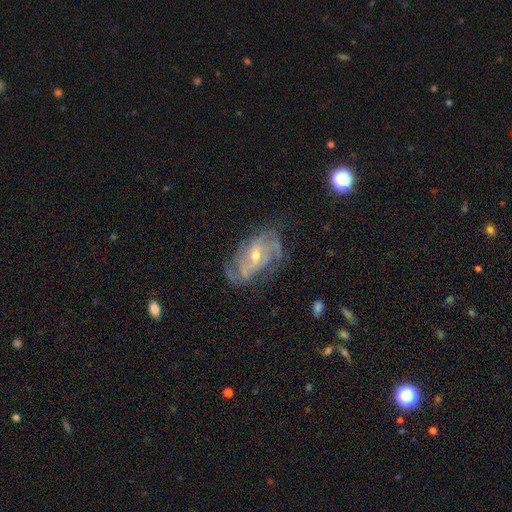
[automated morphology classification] This appears to be a featured or disk galaxy (85%) with a weak bar (44%), 2 (34%) tight (45%) spiral arms (93%) and a moderate central bulge (49%). Merging: none (65%).